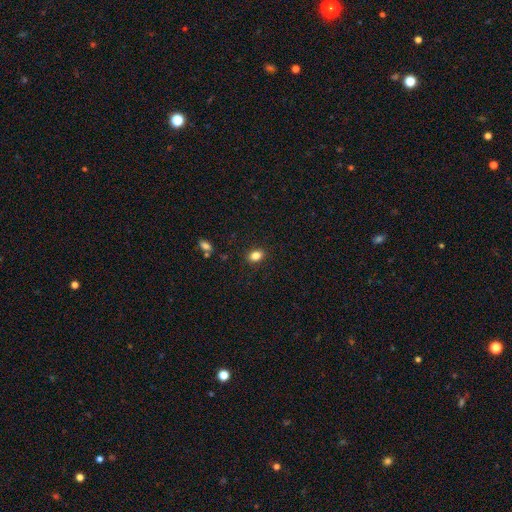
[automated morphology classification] Smooth or featured? smooth (84%)
How rounded? in between (77%)
Merging? none (88%)